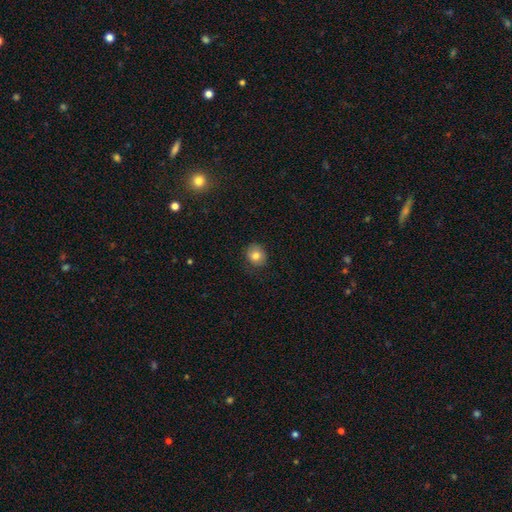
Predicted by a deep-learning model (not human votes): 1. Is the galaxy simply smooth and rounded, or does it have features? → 80% smooth, 10% featured or disk, 10% star or artifact.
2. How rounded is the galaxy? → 78% round, 21% in between, 1% cigar-shaped.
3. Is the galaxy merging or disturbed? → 80% none, 15% minor disturbance, 4% major disturbance, 1% merger.